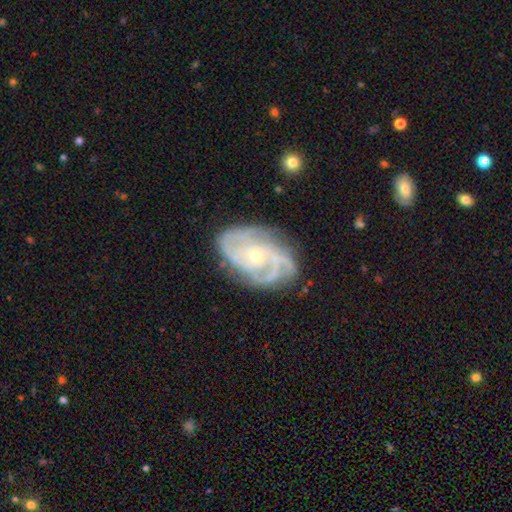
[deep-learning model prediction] This is clearly a featured or disk galaxy (89%). It is clearly not viewed edge-on (97%). Bar: likely no (68%). Spiral arm pattern: clearly yes (97%). Spiral arm count: marginally 3 (33%). Spiral winding: possibly tight (52%). Central bulge: likely small (70%). Merging: likely none (73%).